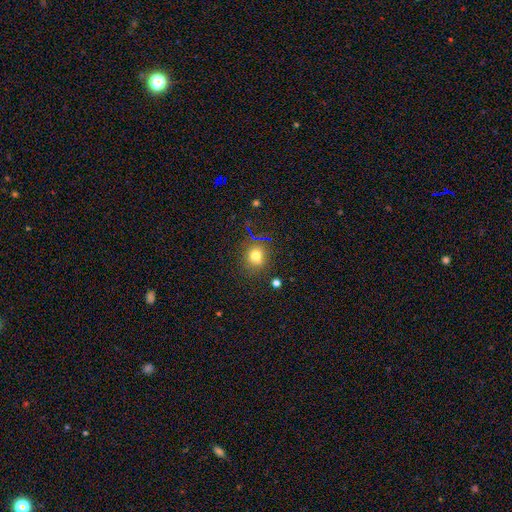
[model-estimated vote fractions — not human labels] Overall: smooth (70%). How rounded: round (82%). Merging: none (76%).